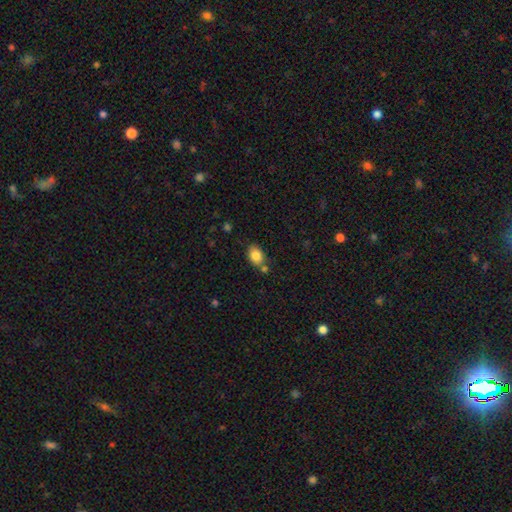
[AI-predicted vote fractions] A smooth galaxy with no disk features (83%) that is in between round and cigar-shaped (72%).

Vote fractions:
- Smooth or featured? smooth: 83% / star or artifact: 9% / featured or disk: 8%
- How rounded? in between: 72% / round: 27% / cigar-shaped: 1%
- Merging? none: 70% / minor disturbance: 14% / merger: 13% / major disturbance: 3%